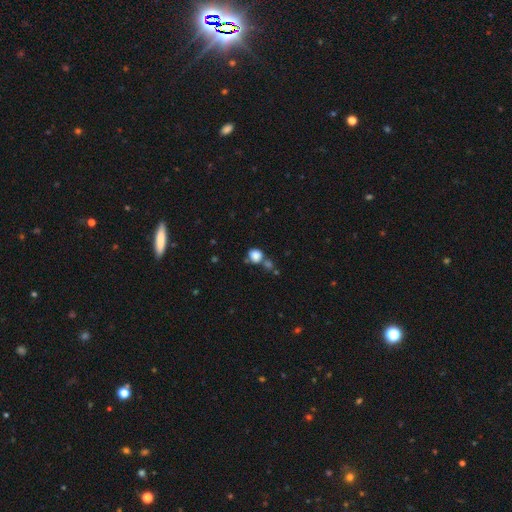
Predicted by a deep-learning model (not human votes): The model was most divided on "merging": none: 53%, merger: 26%, minor disturbance: 15%, major disturbance: 7%. More confident: smooth or featured — smooth (84%); how rounded — round (80%).